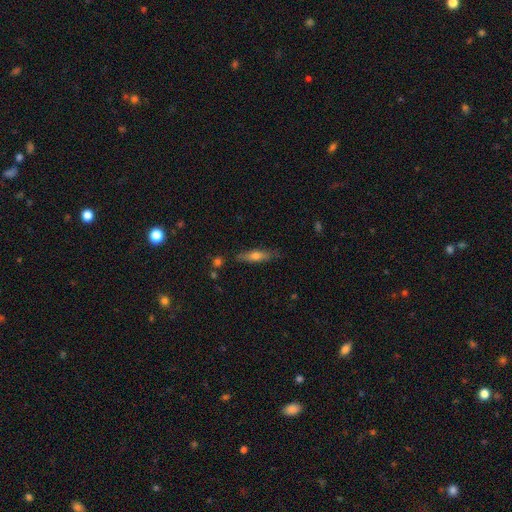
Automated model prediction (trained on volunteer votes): Smooth or featured: smooth — 52% (featured or disk — 41%)
How rounded: cigar-shaped — 74% (in between — 24%)
Merging: none — 80% (minor disturbance — 14%)